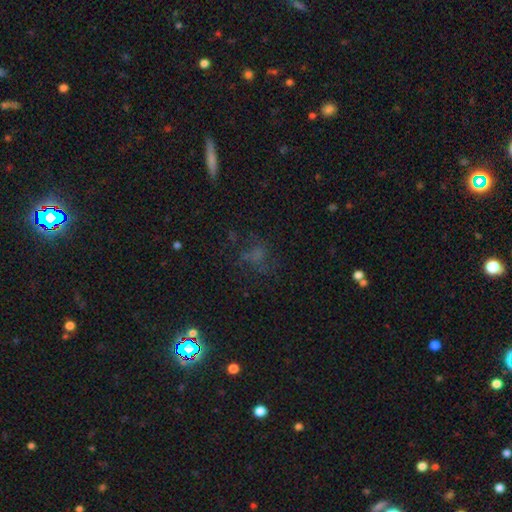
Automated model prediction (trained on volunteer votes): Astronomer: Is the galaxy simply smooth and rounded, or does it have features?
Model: smooth — 42% (runner-up: star or artifact, 32%).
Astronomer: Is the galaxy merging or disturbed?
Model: none — 56%.